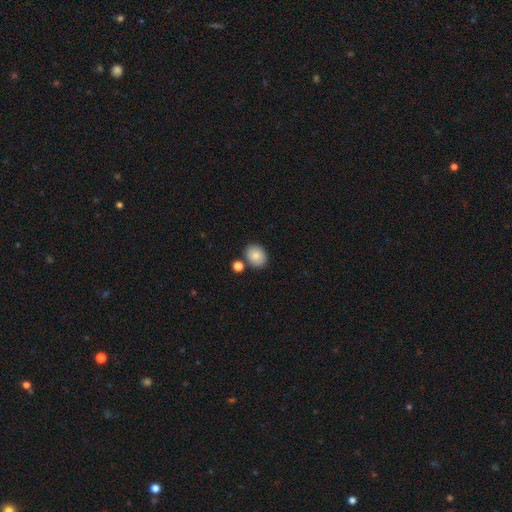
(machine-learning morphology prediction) Overall: smooth (83%). How rounded: round (52%; in between 47%). Merging: none (80%).